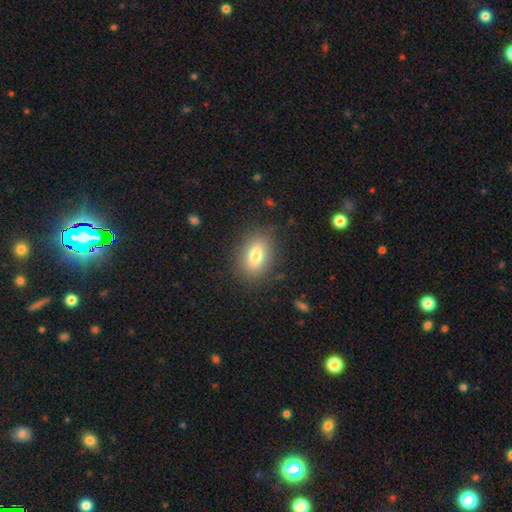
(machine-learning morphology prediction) smooth_or_featured: smooth (p=0.78) [alt: featured or disk p=0.13]
how_rounded: in between (p=0.79) [alt: round p=0.19]
merging: none (p=0.81) [alt: minor disturbance p=0.13]